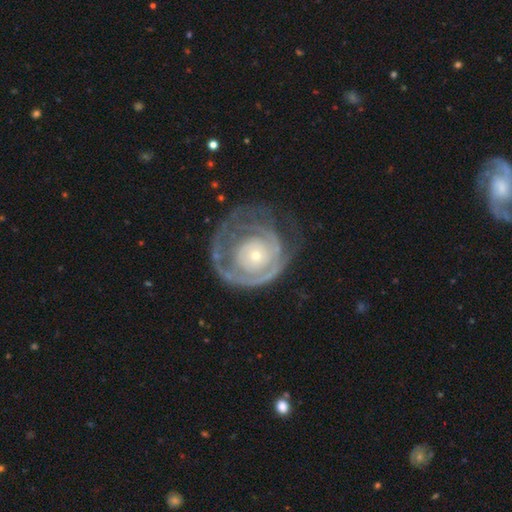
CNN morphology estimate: This is likely a featured or disk galaxy (79%). It is clearly not viewed edge-on (97%). Bar: clearly no (85%). Spiral arm pattern: likely yes (77%). Spiral arm count: marginally can't tell (37%). Spiral winding: likely tight (72%). Central bulge: likely small (72%). Merging: possibly none (46%).